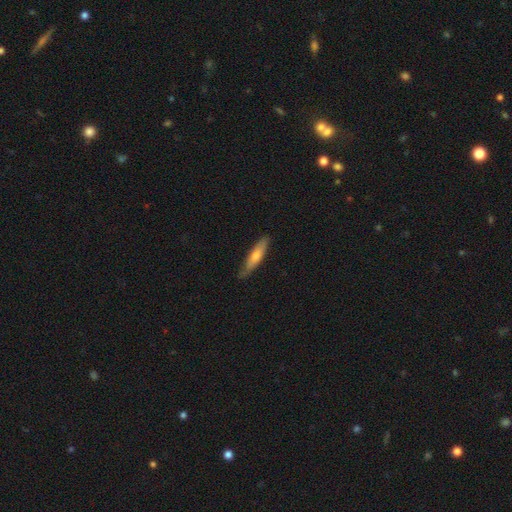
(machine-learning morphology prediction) This appears to be a smooth galaxy with no disk features (57%) that is cigar-shaped (82%). Merging: none (80%).